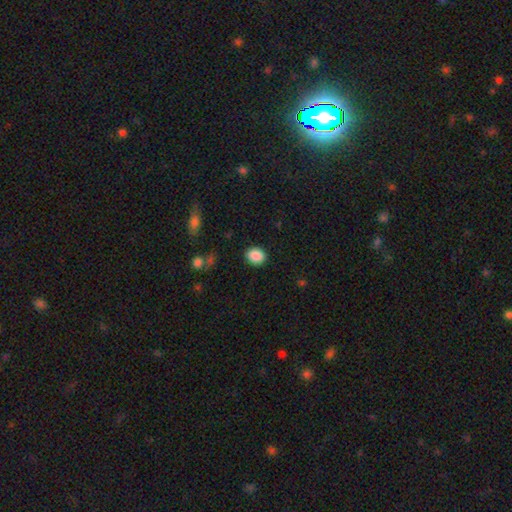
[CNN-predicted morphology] Smooth or featured? smooth (89%)
How rounded? round (54%)
Merging? none (89%)